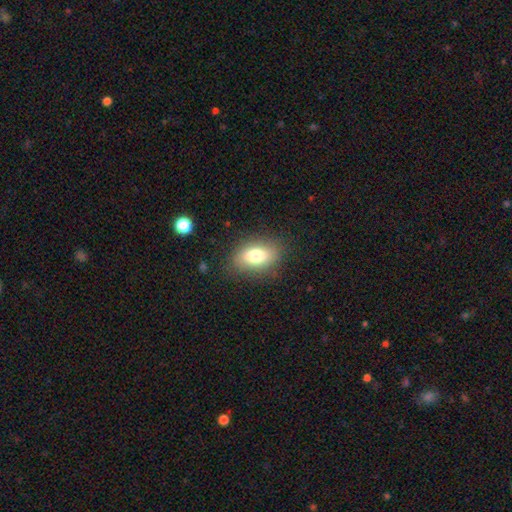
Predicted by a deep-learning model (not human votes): Overall: smooth (78%). How rounded: in between (86%). Merging: none (83%).